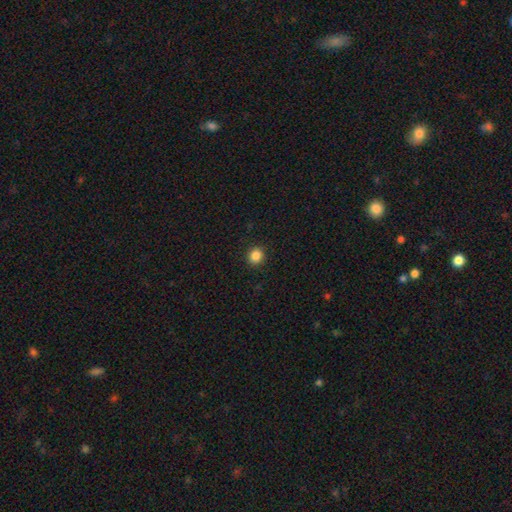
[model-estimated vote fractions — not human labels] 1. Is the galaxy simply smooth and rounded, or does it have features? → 86% smooth, 11% star or artifact, 3% featured or disk.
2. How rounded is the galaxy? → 81% round, 18% in between, 1% cigar-shaped.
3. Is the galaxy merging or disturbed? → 91% none, 6% minor disturbance, 2% major disturbance, 1% merger.